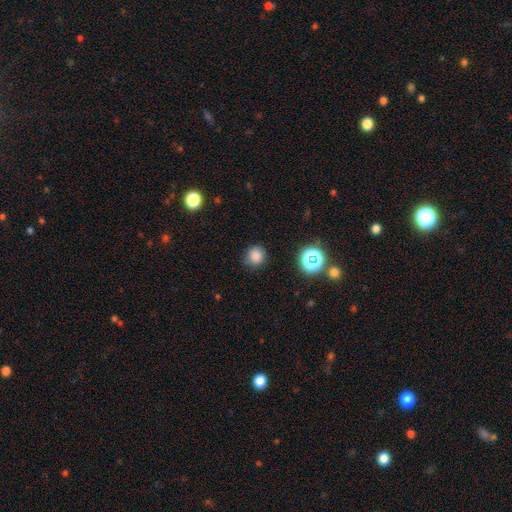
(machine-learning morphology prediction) Smooth or featured? smooth (79%)
How rounded? round (87%)
Merging? none (82%)